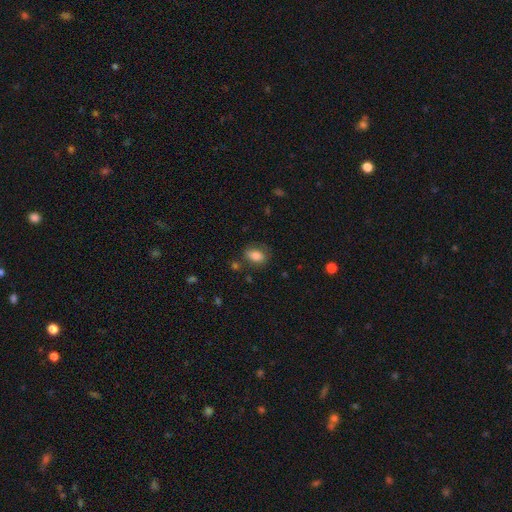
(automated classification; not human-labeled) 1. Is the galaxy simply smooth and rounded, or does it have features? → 80% smooth, 11% featured or disk, 9% star or artifact.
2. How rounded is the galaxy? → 84% in between, 14% round, 2% cigar-shaped.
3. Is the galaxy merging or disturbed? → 72% none, 18% minor disturbance, 6% major disturbance, 4% merger.